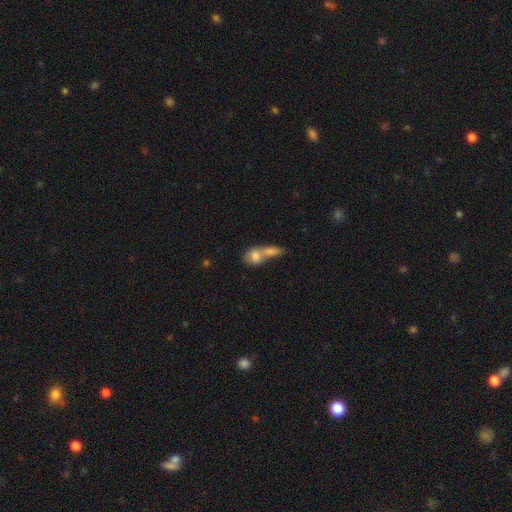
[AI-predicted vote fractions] smooth 77%, featured or disk 16%, star or artifact 7%. Down the decision tree: how rounded — in between (50%); merging — merger (71%).